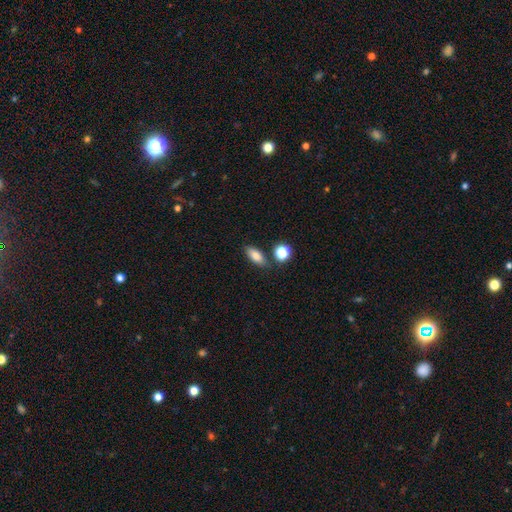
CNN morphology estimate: Q: Smooth or featured?
A: smooth (79%); runner-up: featured or disk (12%)
Q: How rounded?
A: in between (80%); runner-up: cigar-shaped (13%)
Q: Merging?
A: none (79%); runner-up: minor disturbance (11%)